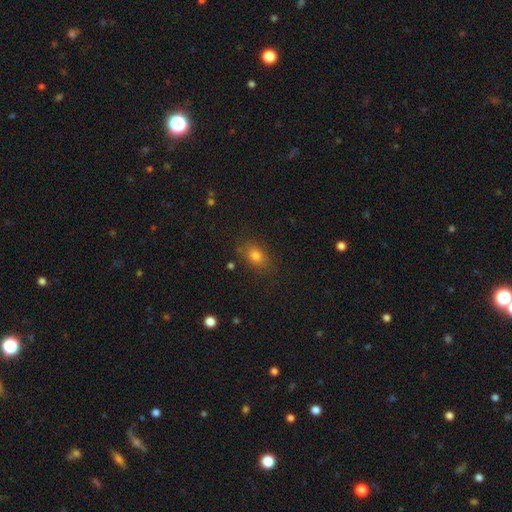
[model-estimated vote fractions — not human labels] Smooth or featured? smooth (77%)
How rounded? in between (68%)
Merging? none (81%)